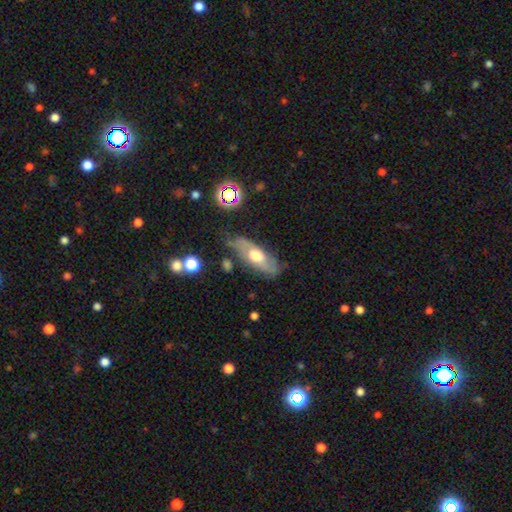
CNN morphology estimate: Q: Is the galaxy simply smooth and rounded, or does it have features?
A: featured or disk — 53%.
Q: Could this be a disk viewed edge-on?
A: no — 67%.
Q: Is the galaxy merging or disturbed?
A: none — 64%.